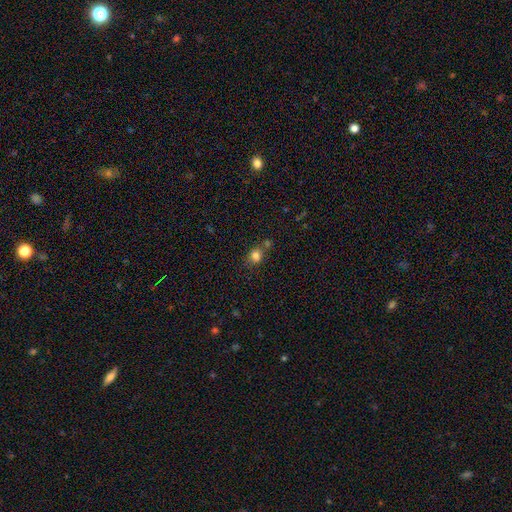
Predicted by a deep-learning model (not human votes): Smooth or featured?
  - smooth: 82% *
  - star or artifact: 12%
  - featured or disk: 6%
How rounded?
  - round: 71% *
  - in between: 28%
  - cigar-shaped: 1%
Merging?
  - none: 60% *
  - merger: 21%
  - minor disturbance: 14%
  - major disturbance: 5%